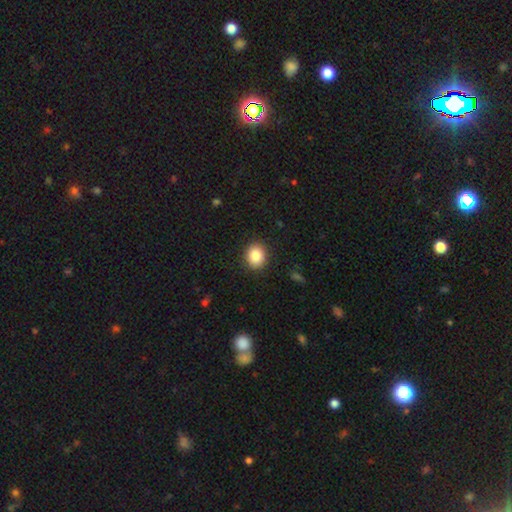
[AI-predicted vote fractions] Q: Smooth or featured?
A: smooth (86%); runner-up: star or artifact (9%)
Q: How rounded?
A: round (69%); runner-up: in between (30%)
Q: Merging?
A: none (90%); runner-up: minor disturbance (7%)